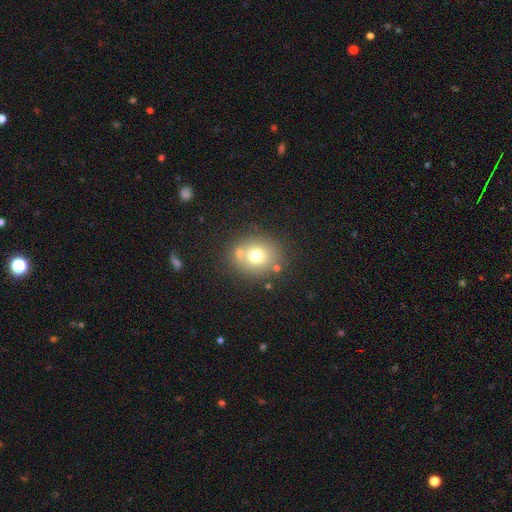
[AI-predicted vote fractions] A smooth galaxy with no disk features (70%) that is round (73%).

Vote fractions:
- Smooth or featured? smooth: 70% / featured or disk: 17% / star or artifact: 13%
- How rounded? round: 73% / in between: 26% / cigar-shaped: 1%
- Merging? none: 72% / merger: 13% / minor disturbance: 11% / major disturbance: 4%